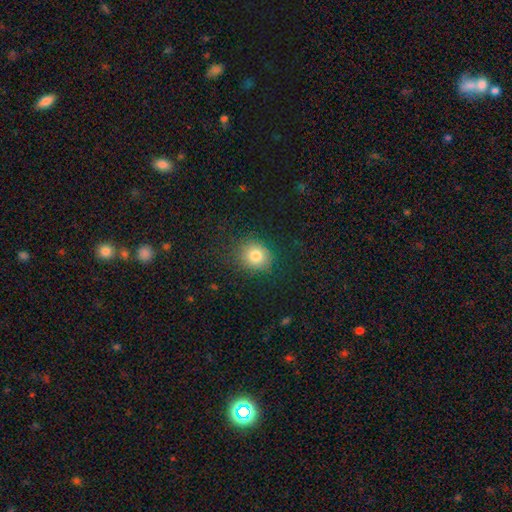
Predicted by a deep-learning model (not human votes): Q: Smooth or featured?
A: smooth (80%); runner-up: star or artifact (12%)
Q: How rounded?
A: round (79%); runner-up: in between (20%)
Q: Merging?
A: none (84%); runner-up: minor disturbance (10%)